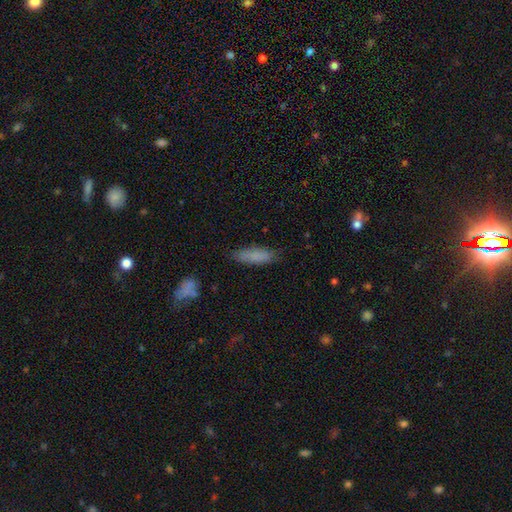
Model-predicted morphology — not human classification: Smooth or featured?
  - smooth: 83% *
  - featured or disk: 9%
  - star or artifact: 7%
How rounded?
  - cigar-shaped: 52% *
  - in between: 46%
  - round: 2%
Merging?
  - none: 80% *
  - minor disturbance: 15%
  - major disturbance: 3%
  - merger: 2%